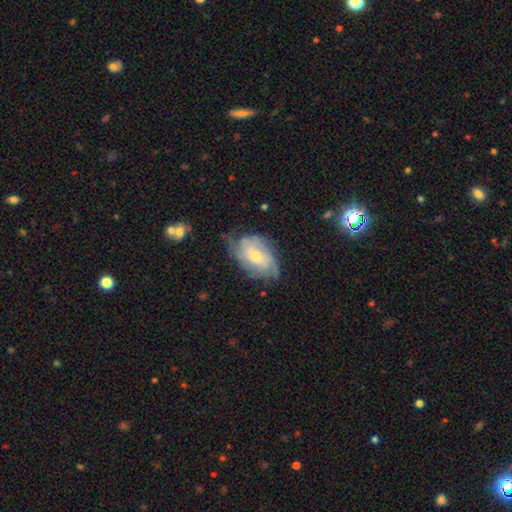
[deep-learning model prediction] smooth-or-featured: featured or disk: 68% | smooth: 25% | star or artifact: 7%
  disk-edge-on: no: 96% | yes: 4%
    bar: no: 75% | weak: 21% | strong: 4%
    has-spiral-arms: yes: 85% | no: 15%
      spiral-winding: tight: 51% | medium: 34% | loose: 15%
      spiral-arm-count: can't tell: 46% | 2: 23% | 3: 14% | 4: 8% | 1: 5% | more than 4: 4%
    bulge-size: small: 66% | moderate: 29% | large: 2% | none: 2% | dominant: 1%
  merging: none: 54% | minor disturbance: 29% | major disturbance: 15% | merger: 2%